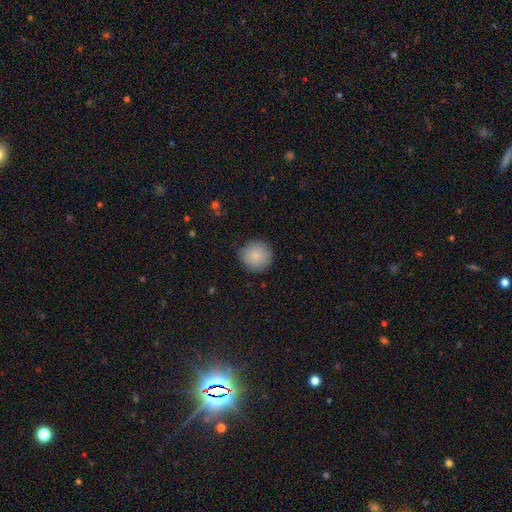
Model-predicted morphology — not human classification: smooth-or-featured: smooth: 85% | star or artifact: 7% | featured or disk: 7%
  how-rounded: round: 93% | in between: 6% | cigar-shaped: 1%
  merging: none: 86% | minor disturbance: 11% | major disturbance: 2% | merger: 1%